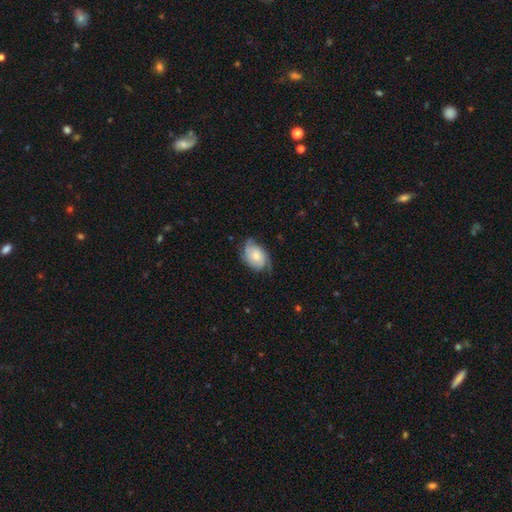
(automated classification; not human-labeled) A featured or disk galaxy (55%) with no bar (75%), spiral arms (88%) and a moderate central bulge (48%).

Vote fractions:
- Smooth or featured? featured or disk: 55% / smooth: 38% / star or artifact: 7%
- Edge-on disk? no: 96% / yes: 4%
- Bar? no: 75% / weak: 22% / strong: 4%
- Spiral arms? yes: 88% / no: 12%
- Bulge size? moderate: 48% / small: 38% / large: 8% / none: 5% / dominant: 2%
- Merging? none: 58% / minor disturbance: 30% / major disturbance: 11% / merger: 1%